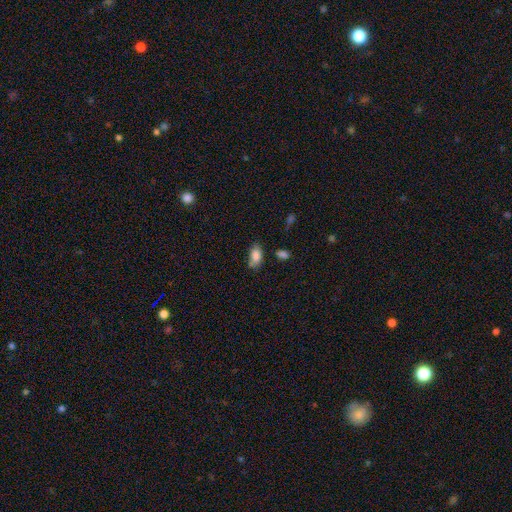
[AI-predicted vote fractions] A smooth galaxy with no disk features (84%) that is in between round and cigar-shaped (92%). Merging: none (59%).